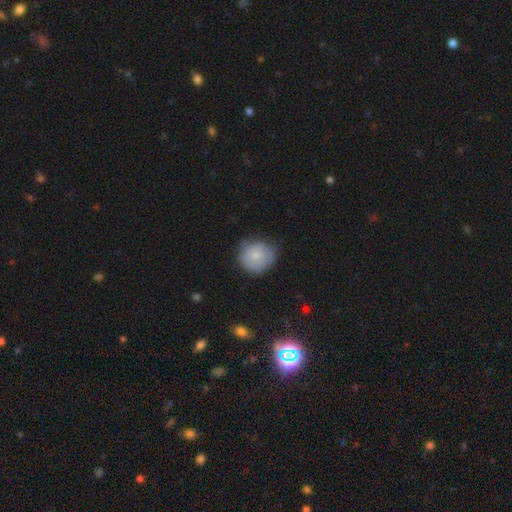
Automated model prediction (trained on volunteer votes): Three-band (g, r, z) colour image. It shows a smooth galaxy with no disk features (63%) that is round (89%). Merging: none (69%).